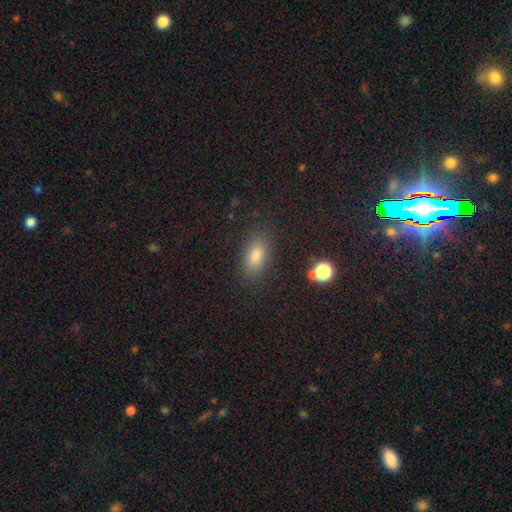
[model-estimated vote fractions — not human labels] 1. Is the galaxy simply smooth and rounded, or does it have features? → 78% smooth, 13% star or artifact, 9% featured or disk.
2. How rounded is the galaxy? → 85% in between, 8% round, 7% cigar-shaped.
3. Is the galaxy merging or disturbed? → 85% none, 10% minor disturbance, 3% major disturbance, 2% merger.